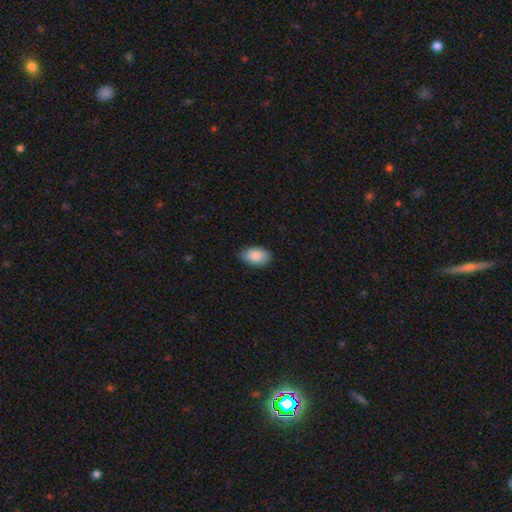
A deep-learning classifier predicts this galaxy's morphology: A smooth galaxy with no disk features (86%) that is in between round and cigar-shaped (92%).

Vote fractions:
- Smooth or featured? smooth: 86% / featured or disk: 7% / star or artifact: 7%
- How rounded? in between: 92% / round: 7% / cigar-shaped: 1%
- Merging? none: 80% / minor disturbance: 17% / major disturbance: 2% / merger: 1%